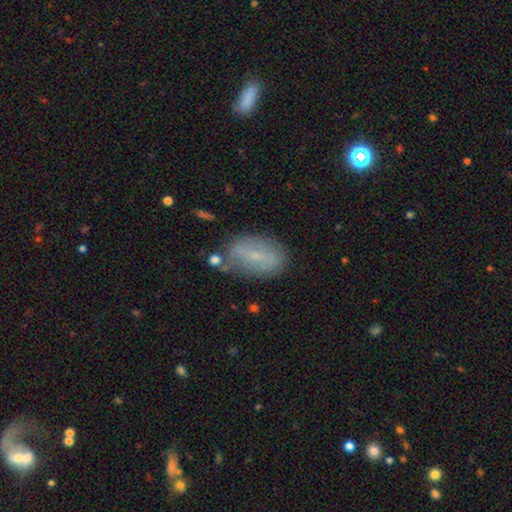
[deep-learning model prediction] This is possibly a smooth galaxy (50%). How rounded: clearly in between (87%). Merging: likely none (69%).